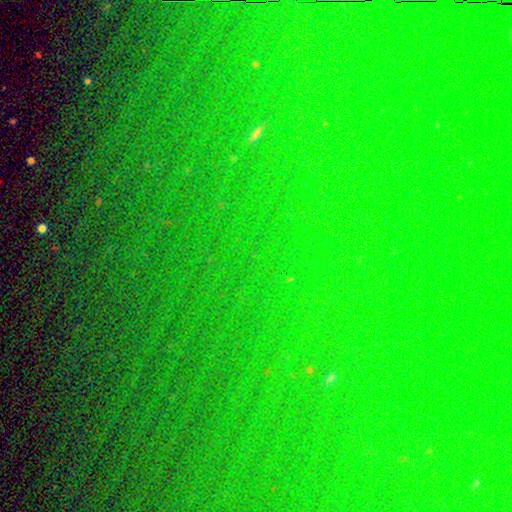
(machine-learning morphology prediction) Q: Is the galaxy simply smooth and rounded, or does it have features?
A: star or artifact — 82%.